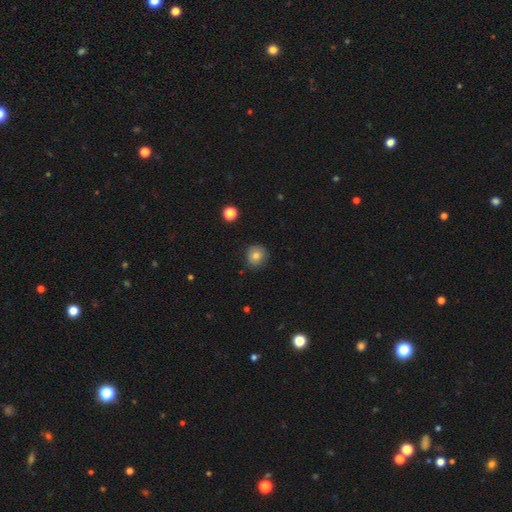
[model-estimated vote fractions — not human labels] Morphology: type=smooth (79%); roundness=round (91%); merging=none (86%).